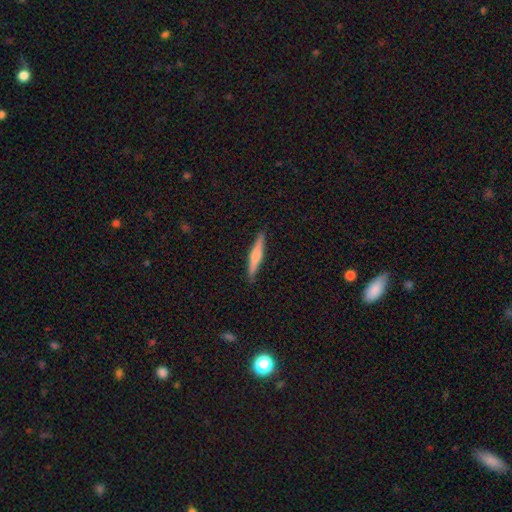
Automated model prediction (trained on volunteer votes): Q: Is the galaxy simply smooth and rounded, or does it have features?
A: smooth — 50%.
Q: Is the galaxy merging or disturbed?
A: none — 91%.